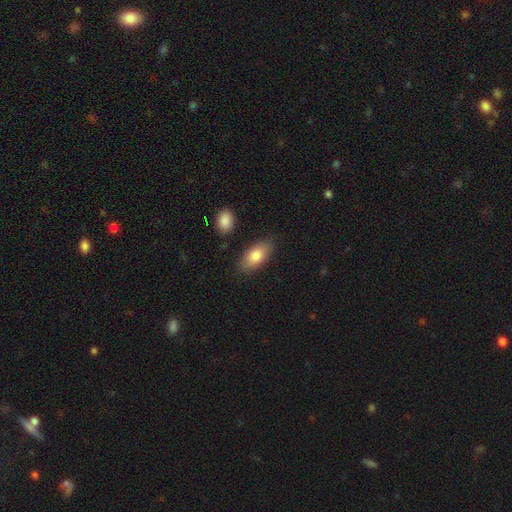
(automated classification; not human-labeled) smooth_or_featured: smooth (p=0.81) [alt: featured or disk p=0.13]
how_rounded: in between (p=0.91) [alt: cigar-shaped p=0.06]
merging: none (p=0.83) [alt: minor disturbance p=0.12]